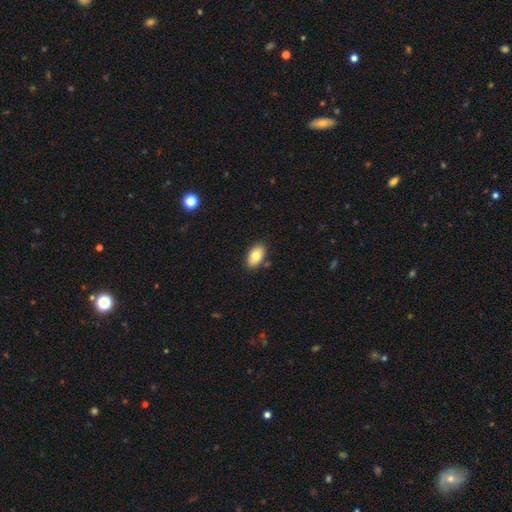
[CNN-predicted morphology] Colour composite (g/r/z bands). It shows a smooth galaxy with no disk features (78%) that is in between round and cigar-shaped (92%). Merging: none (84%).